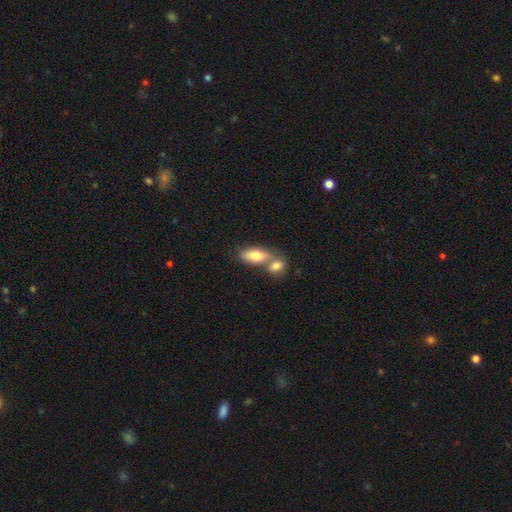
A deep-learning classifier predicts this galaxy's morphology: Smooth or featured? smooth (77%)
How rounded? in between (84%)
Merging? merger (54%)